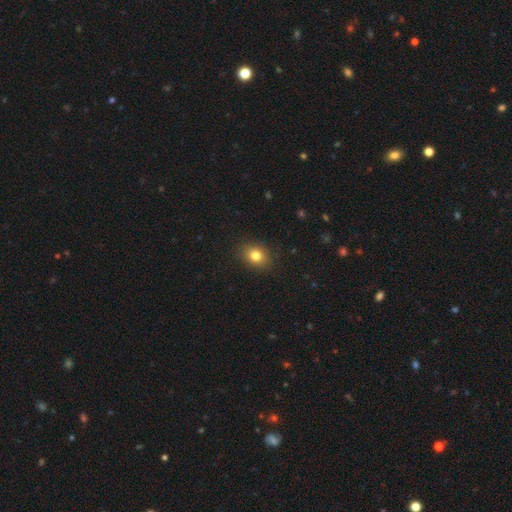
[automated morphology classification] Overall: smooth (82%). How rounded: round (53%; in between 46%). Merging: none (89%).